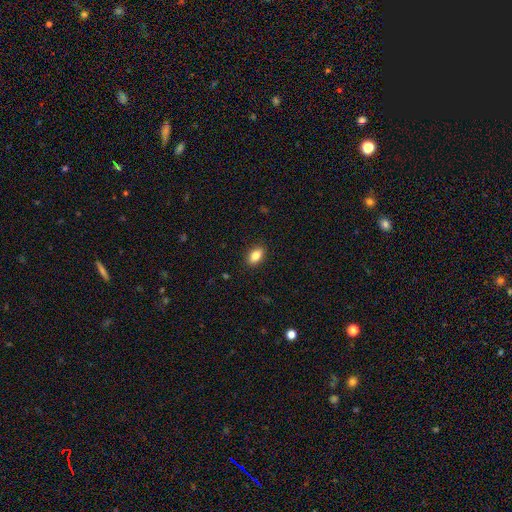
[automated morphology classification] Smooth or featured? smooth (84%)
How rounded? in between (88%)
Merging? none (89%)